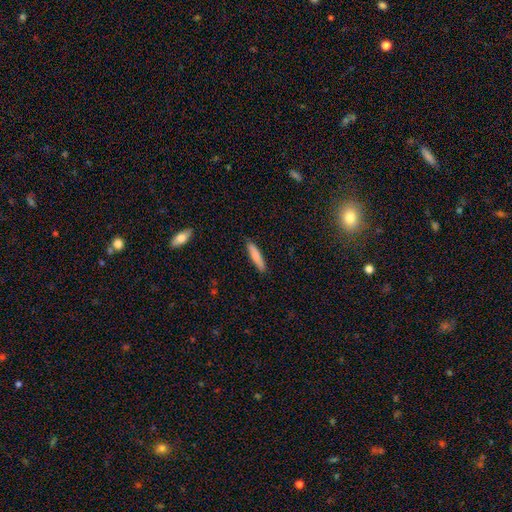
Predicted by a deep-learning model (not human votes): Morphology: type=smooth (81%); roundness=cigar-shaped (87%); merging=none (87%).